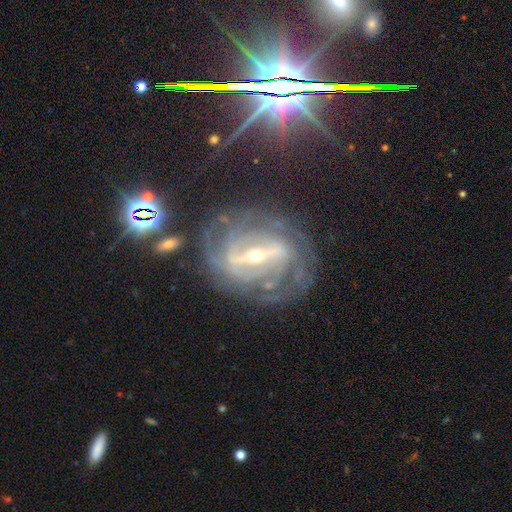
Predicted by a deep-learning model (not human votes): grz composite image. It shows a featured or disk galaxy (87%) with a strong bar (77%), tight (58%) spiral arms (95%) and a small central bulge (55%). Merging: none (73%).